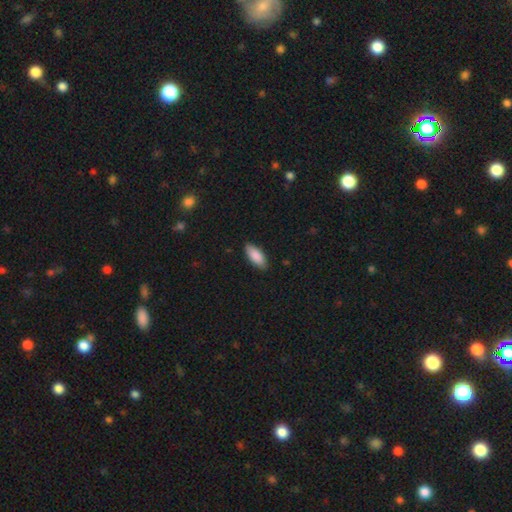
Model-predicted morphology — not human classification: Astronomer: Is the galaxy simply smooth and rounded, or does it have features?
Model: smooth — 89%.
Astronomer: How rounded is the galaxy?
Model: in between — 85%.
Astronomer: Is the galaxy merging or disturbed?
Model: none — 86%.